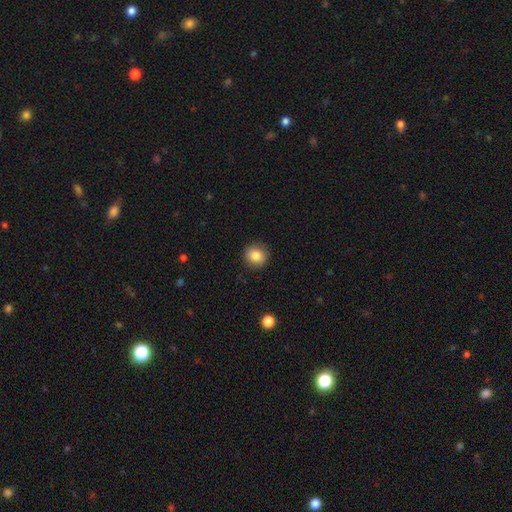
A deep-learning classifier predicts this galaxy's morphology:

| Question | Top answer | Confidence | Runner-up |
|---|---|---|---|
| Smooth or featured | smooth | 83% | star or artifact (10%) |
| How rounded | round | 90% | in between (9%) |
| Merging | none | 90% | minor disturbance (7%) |